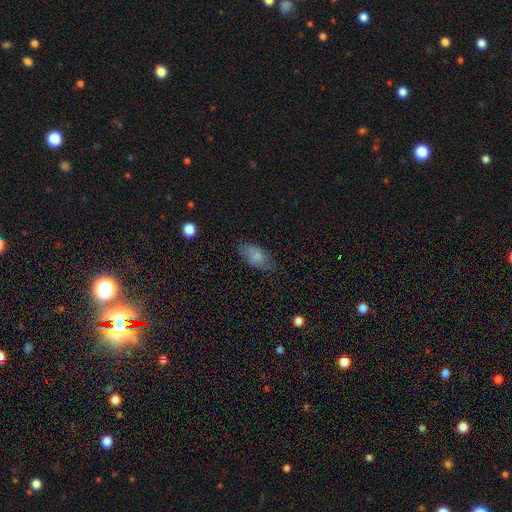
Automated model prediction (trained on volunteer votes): A smooth galaxy with no disk features (80%) that is in between round and cigar-shaped (90%). Merging: none (75%).